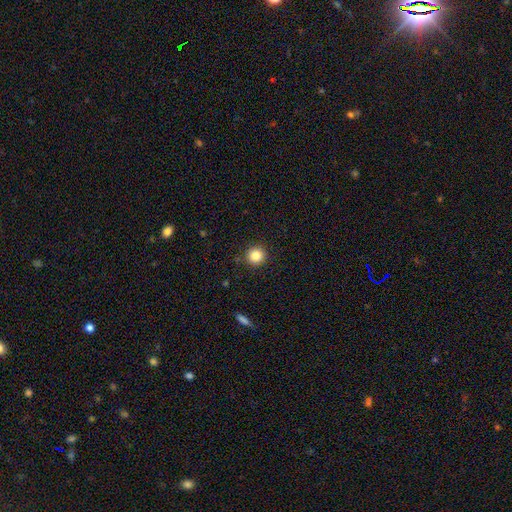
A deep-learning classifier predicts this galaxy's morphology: Smooth or featured? Predicted: smooth (p=0.84). How rounded? Predicted: round (p=0.94). Merging? Predicted: none (p=0.90).